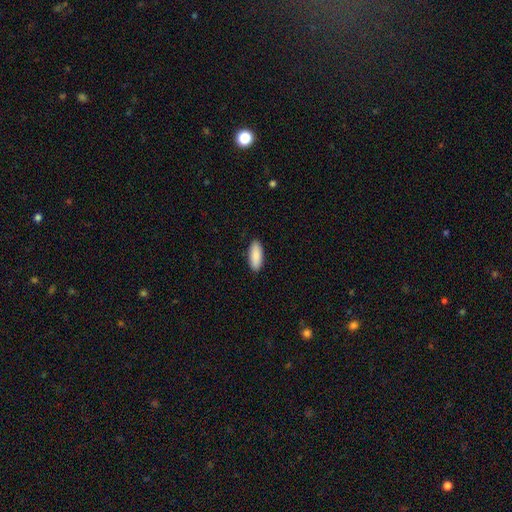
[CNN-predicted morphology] smooth-or-featured: smooth: 90% | star or artifact: 5% | featured or disk: 4%
  how-rounded: in between: 80% | cigar-shaped: 19% | round: 2%
  merging: none: 90% | minor disturbance: 8% | major disturbance: 2% | merger: 1%